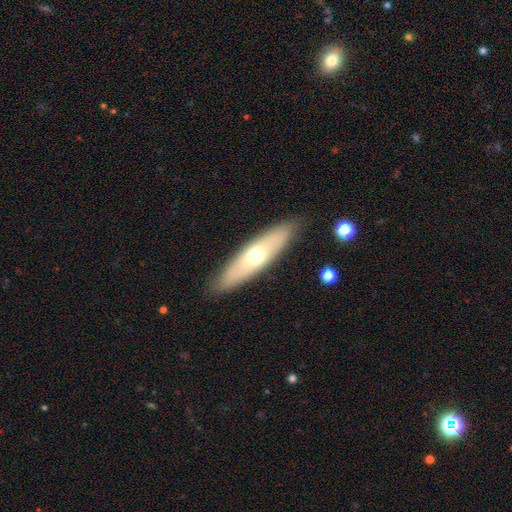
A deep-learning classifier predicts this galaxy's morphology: Q: Smooth or featured?
A: smooth (51%); runner-up: featured or disk (43%)
Q: How rounded?
A: cigar-shaped (66%); runner-up: in between (32%)
Q: Merging?
A: none (88%); runner-up: minor disturbance (9%)